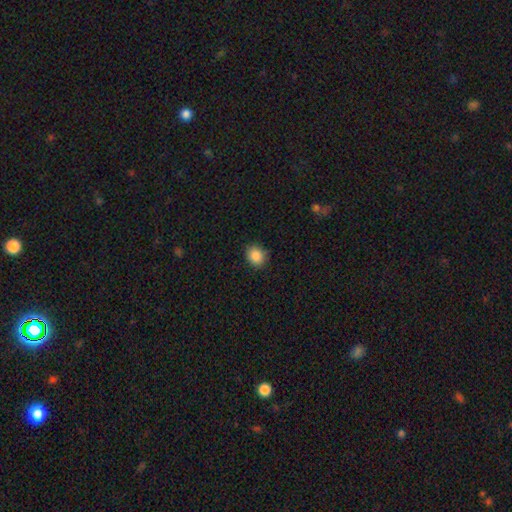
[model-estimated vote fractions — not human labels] Smooth or featured: smooth — 88% (star or artifact — 9%)
How rounded: round — 71% (in between — 28%)
Merging: none — 87% (minor disturbance — 10%)